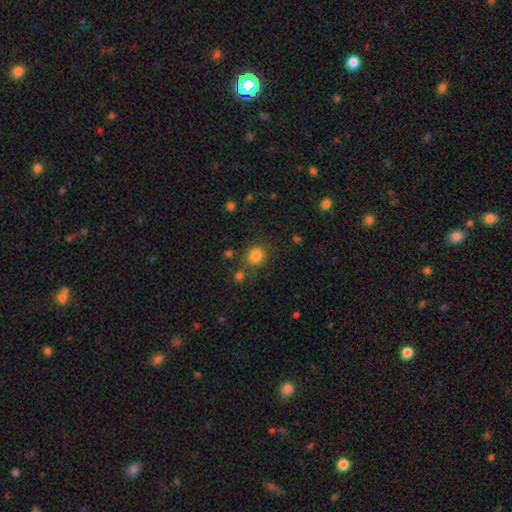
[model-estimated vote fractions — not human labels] A smooth galaxy with no disk features (83%) that is round (78%).

Vote fractions:
- Smooth or featured? smooth: 83% / star or artifact: 12% / featured or disk: 5%
- How rounded? round: 78% / in between: 21% / cigar-shaped: 1%
- Merging? none: 76% / minor disturbance: 11% / merger: 8% / major disturbance: 4%